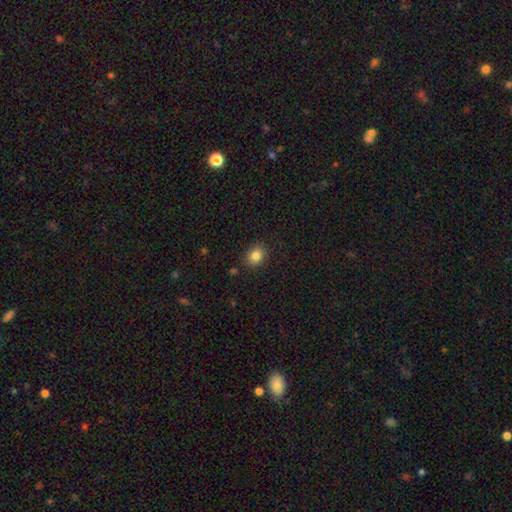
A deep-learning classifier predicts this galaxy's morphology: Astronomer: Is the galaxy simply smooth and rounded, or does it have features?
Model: smooth — 84%.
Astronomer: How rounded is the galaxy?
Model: round — 59% (runner-up: in between, 40%).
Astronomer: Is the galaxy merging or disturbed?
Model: none — 88%.